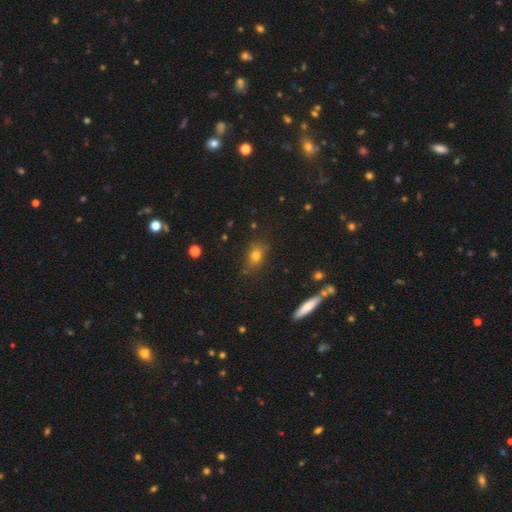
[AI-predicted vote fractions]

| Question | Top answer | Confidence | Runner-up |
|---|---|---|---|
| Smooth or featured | smooth | 75% | star or artifact (14%) |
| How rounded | in between | 68% | round (27%) |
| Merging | none | 79% | minor disturbance (14%) |